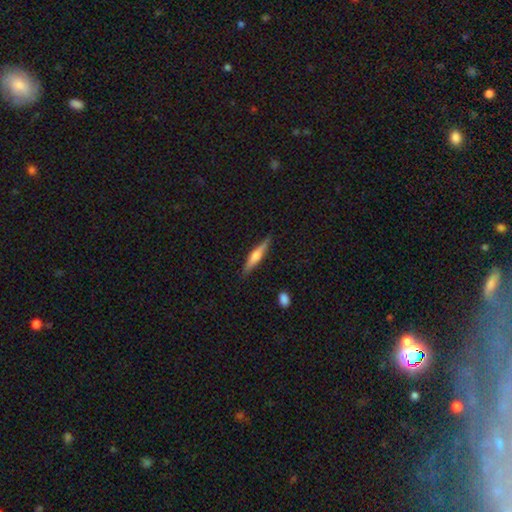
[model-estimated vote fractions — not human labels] Morphology: type=featured or disk (54%); edge-on=yes (97%); edge-on bulge=rounded (79%); merging=none (87%).